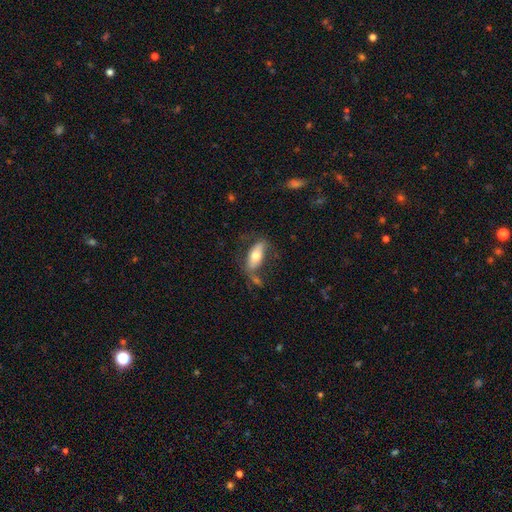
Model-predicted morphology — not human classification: A smooth galaxy with no disk features (62%) that is in between round and cigar-shaped (77%).

Vote fractions:
- Smooth or featured? smooth: 62% / featured or disk: 32% / star or artifact: 6%
- How rounded? in between: 77% / cigar-shaped: 20% / round: 3%
- Merging? none: 59% / minor disturbance: 21% / major disturbance: 11% / merger: 9%